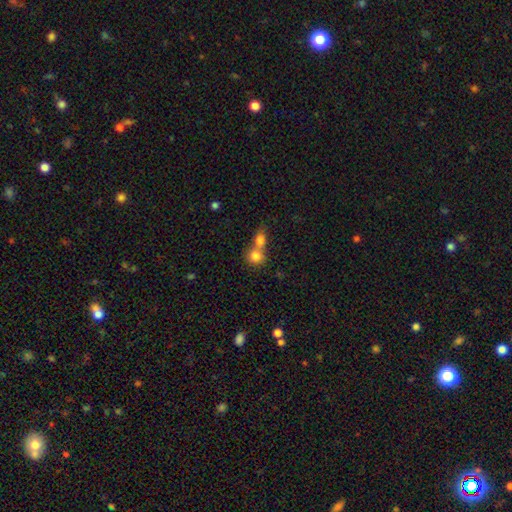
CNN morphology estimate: The model was most divided on "merging": merger: 58%, none: 33%, minor disturbance: 6%, major disturbance: 3%. More confident: smooth or featured — smooth (81%); how rounded — round (76%).